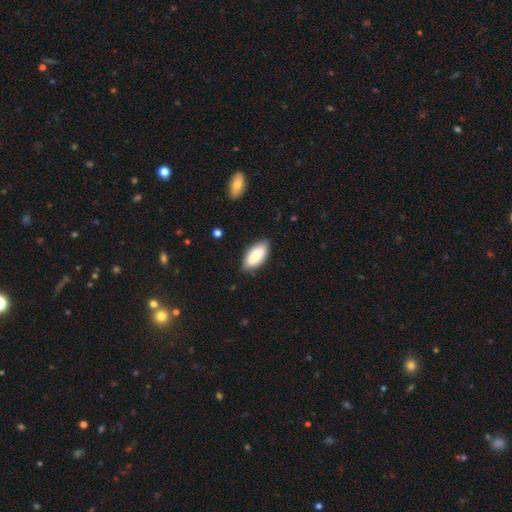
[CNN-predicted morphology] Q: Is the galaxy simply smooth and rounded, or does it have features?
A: smooth — 83%.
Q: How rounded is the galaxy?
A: in between — 92%.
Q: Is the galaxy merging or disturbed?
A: none — 82%.